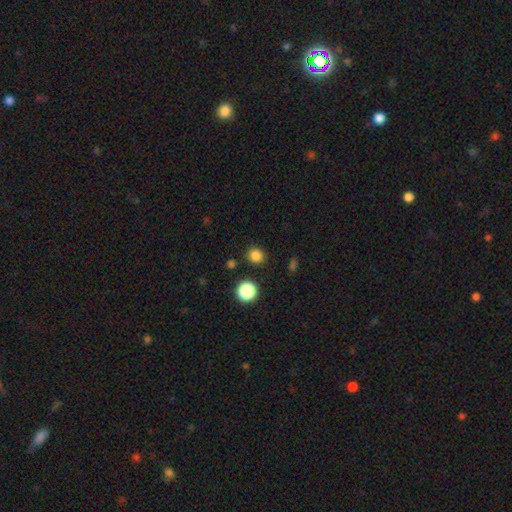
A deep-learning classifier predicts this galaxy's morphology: type=smooth (82%); roundness=round (87%); merging=none (88%).